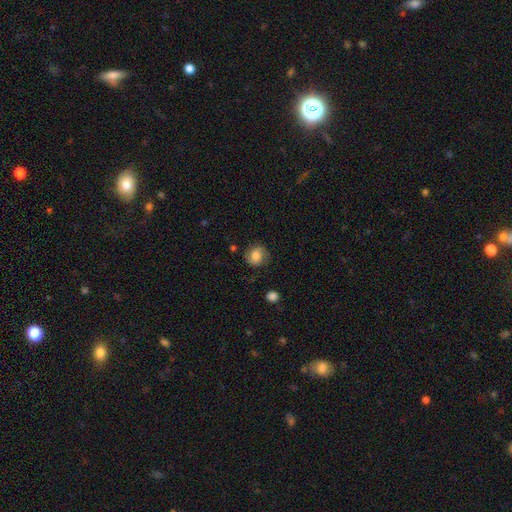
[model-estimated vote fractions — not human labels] A smooth galaxy with no disk features (68%) that is round (79%). Merging: none (77%).